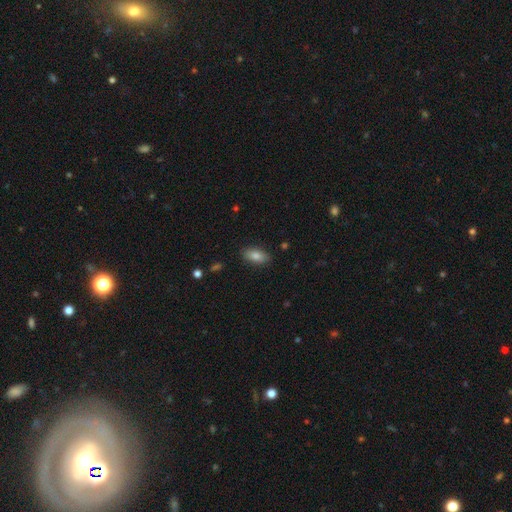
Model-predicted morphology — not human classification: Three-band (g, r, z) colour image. It shows a smooth galaxy with no disk features (83%) that is in between round and cigar-shaped (89%). Merging: none (87%).